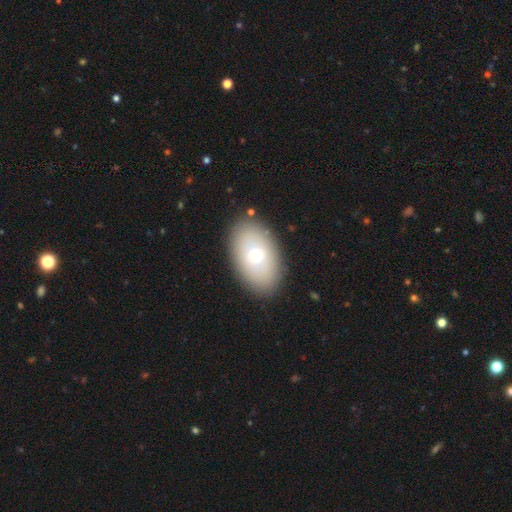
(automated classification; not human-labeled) This is likely a smooth galaxy (68%). How rounded: clearly in between (90%). Merging: clearly none (87%).